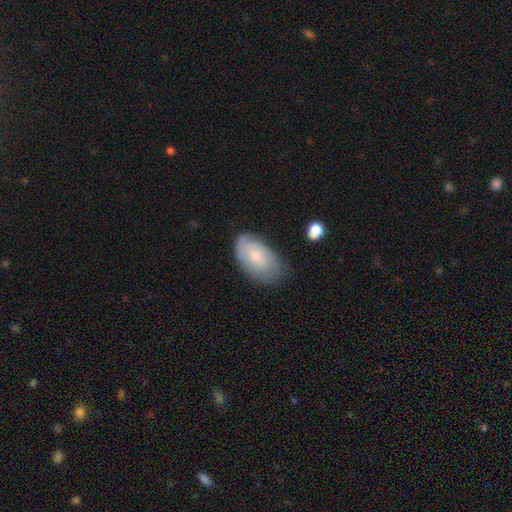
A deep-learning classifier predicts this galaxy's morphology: A smooth galaxy with no disk features (64%) that is in between round and cigar-shaped (94%). Merging: none (64%).